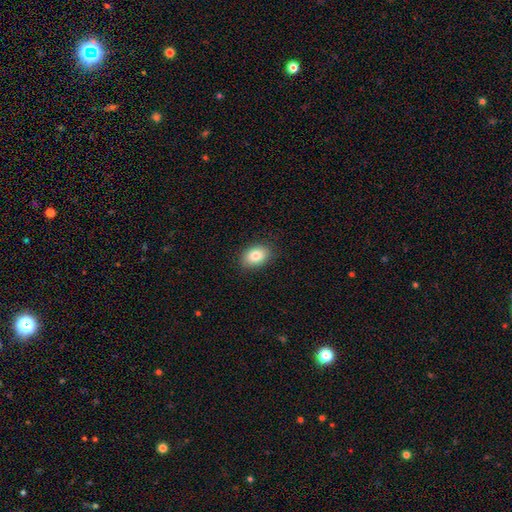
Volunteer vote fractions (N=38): Morphology: type=smooth (89%); roundness=in between (76%); merging=none (94%).